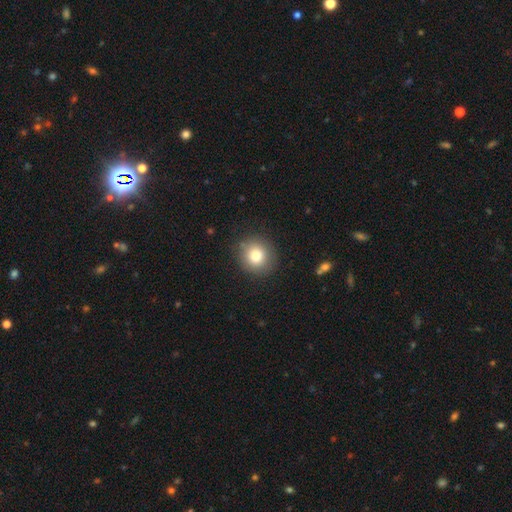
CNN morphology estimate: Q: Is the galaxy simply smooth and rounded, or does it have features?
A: smooth — 79%.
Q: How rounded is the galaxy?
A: round — 90%.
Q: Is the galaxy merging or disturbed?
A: none — 88%.